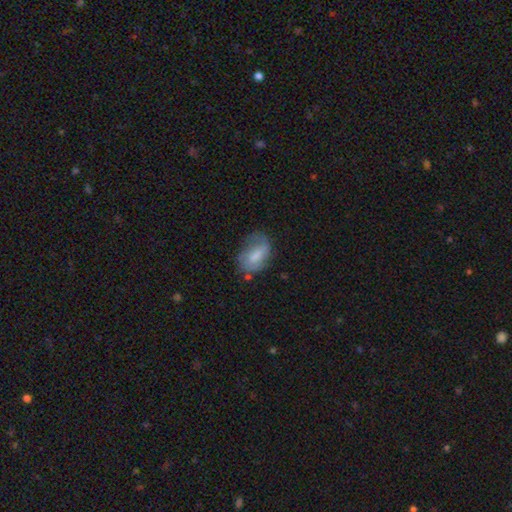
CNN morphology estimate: smooth-or-featured: smooth: 59% | featured or disk: 33% | star or artifact: 8%
  how-rounded: in between: 83% | round: 16% | cigar-shaped: 2%
  merging: none: 44% | minor disturbance: 31% | major disturbance: 21% | merger: 4%